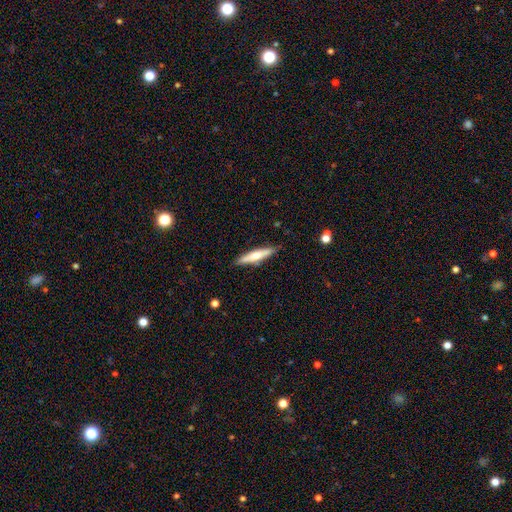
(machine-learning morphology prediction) Smooth or featured? Predicted: smooth (p=0.50). How rounded? Predicted: cigar-shaped (p=0.86). Merging? Predicted: none (p=0.86).